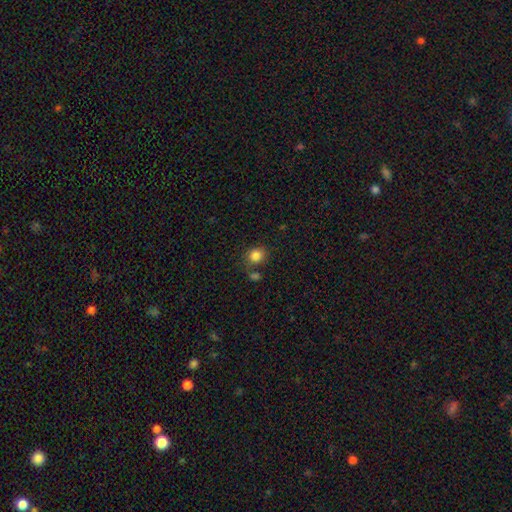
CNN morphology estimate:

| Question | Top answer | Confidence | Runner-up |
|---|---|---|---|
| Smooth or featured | smooth | 84% | star or artifact (11%) |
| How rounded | round | 74% | in between (25%) |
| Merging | none | 68% | minor disturbance (14%) |